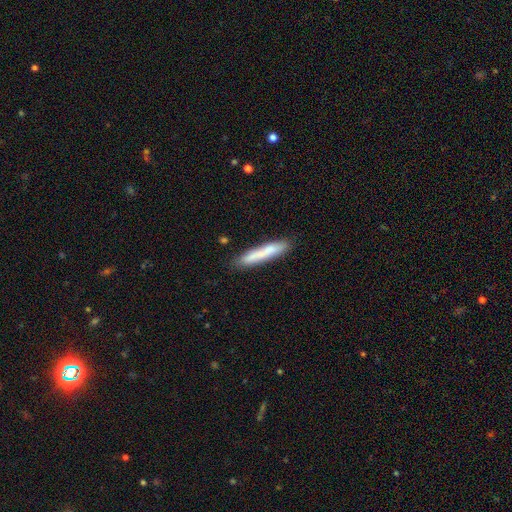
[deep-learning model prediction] smooth-or-featured: smooth: 74% | featured or disk: 20% | star or artifact: 6%
  how-rounded: cigar-shaped: 91% | in between: 8% | round: 1%
  merging: none: 78% | minor disturbance: 15% | merger: 4% | major disturbance: 3%